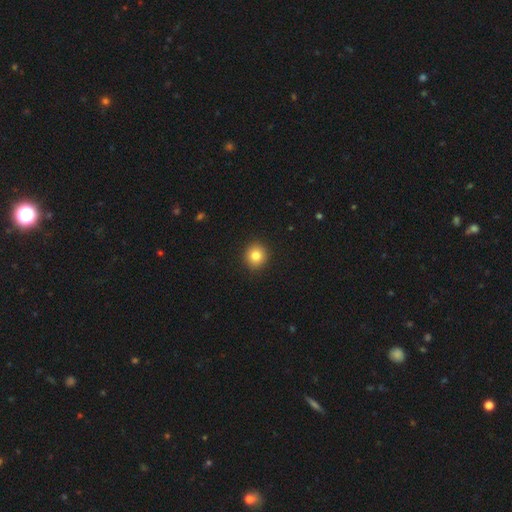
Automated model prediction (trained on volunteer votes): Smooth or featured? smooth (83%)
How rounded? round (90%)
Merging? none (92%)